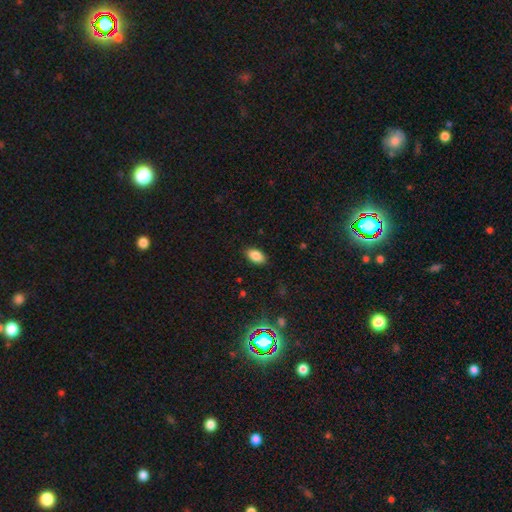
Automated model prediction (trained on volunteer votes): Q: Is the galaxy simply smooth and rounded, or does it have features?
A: smooth — 85%.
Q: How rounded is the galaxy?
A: in between — 92%.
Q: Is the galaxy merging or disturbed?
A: none — 88%.